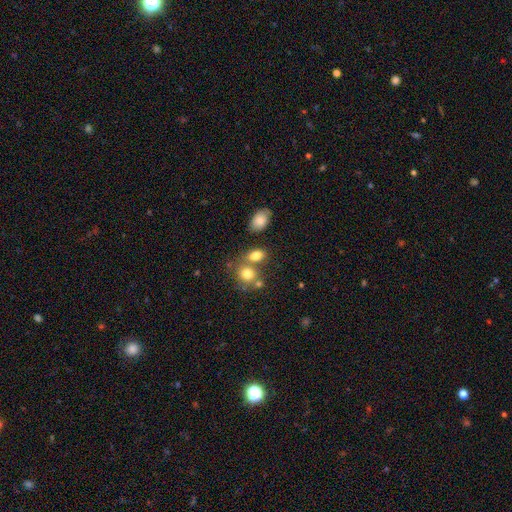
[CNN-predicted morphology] smooth 78%, star or artifact 11%, featured or disk 11%. Down the decision tree: how rounded — in between (55%); merging — none (49%).